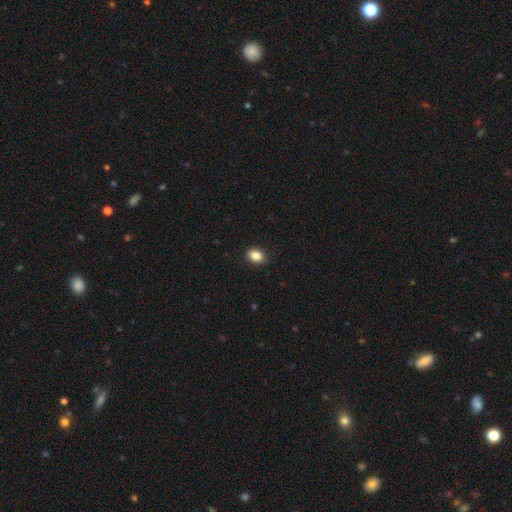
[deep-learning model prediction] Smooth or featured? smooth (86%)
How rounded? in between (74%)
Merging? none (89%)